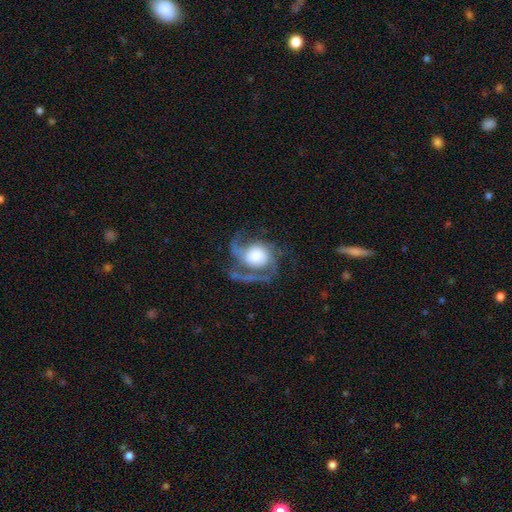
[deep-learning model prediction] Smooth or featured? featured or disk (83%)
Edge-on disk? no (98%)
Bar? no (68%)
Spiral arms? yes (95%)
Spiral winding? medium (49%)
Spiral arm count? 2 (55%)
Bulge size? large (53%)
Merging? none (53%)